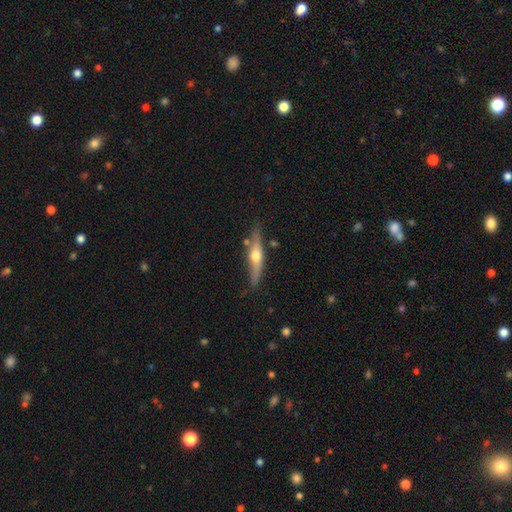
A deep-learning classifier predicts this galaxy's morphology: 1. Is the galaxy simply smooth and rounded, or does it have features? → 59% featured or disk, 36% smooth, 5% star or artifact.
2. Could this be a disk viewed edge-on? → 91% yes, 9% no.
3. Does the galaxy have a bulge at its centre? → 92% rounded, 4% none, 3% boxy.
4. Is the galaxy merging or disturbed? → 75% none, 17% minor disturbance, 5% merger, 4% major disturbance.